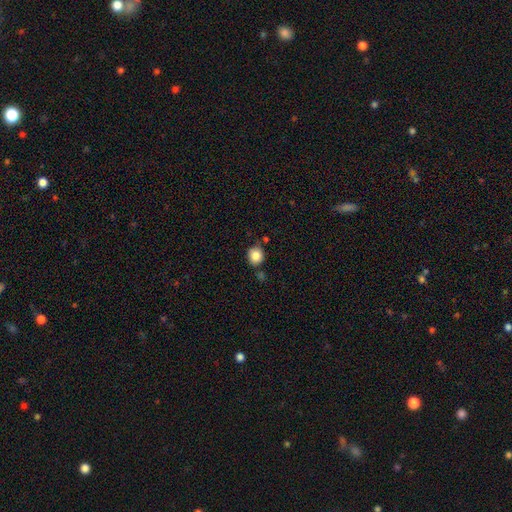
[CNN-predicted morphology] smooth 84%, star or artifact 10%, featured or disk 7%. Down the decision tree: how rounded — round (81%); merging — none (77%).